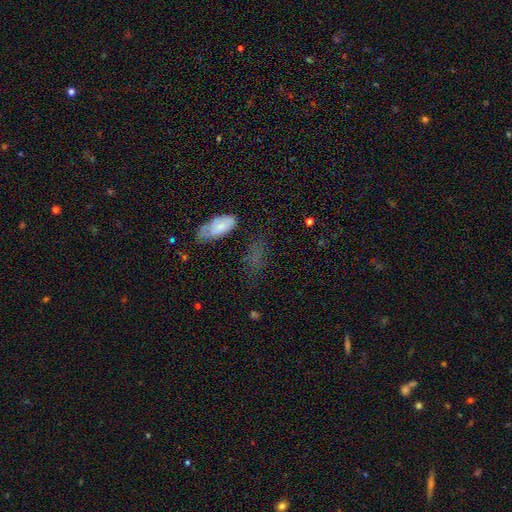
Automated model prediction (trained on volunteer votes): smooth_or_featured: smooth (p=0.55) [alt: star or artifact p=0.23]
how_rounded: in between (p=0.65) [alt: cigar-shaped p=0.28]
merging: none (p=0.53) [alt: minor disturbance p=0.26]